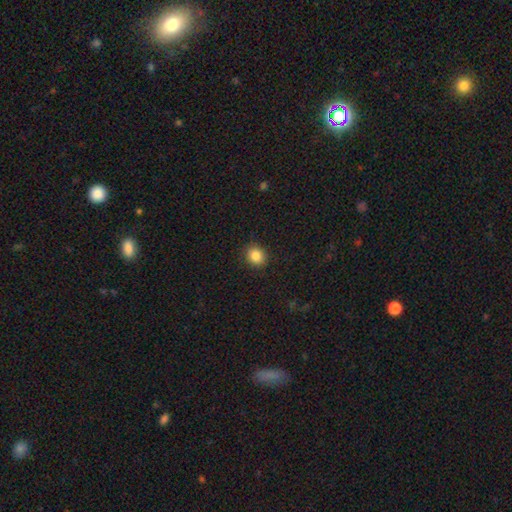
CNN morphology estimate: smooth_or_featured: smooth (p=0.86) [alt: star or artifact p=0.10]
how_rounded: round (p=0.69) [alt: in between p=0.30]
merging: none (p=0.89) [alt: minor disturbance p=0.08]